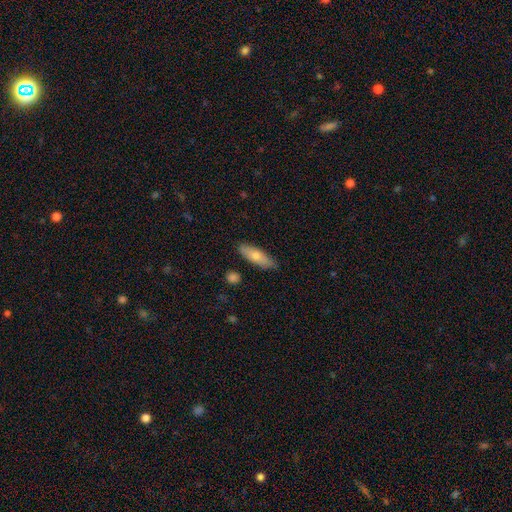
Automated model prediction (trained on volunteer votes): Smooth or featured? Predicted: smooth (p=0.69). How rounded? Predicted: in between (p=0.49). Merging? Predicted: none (p=0.84).